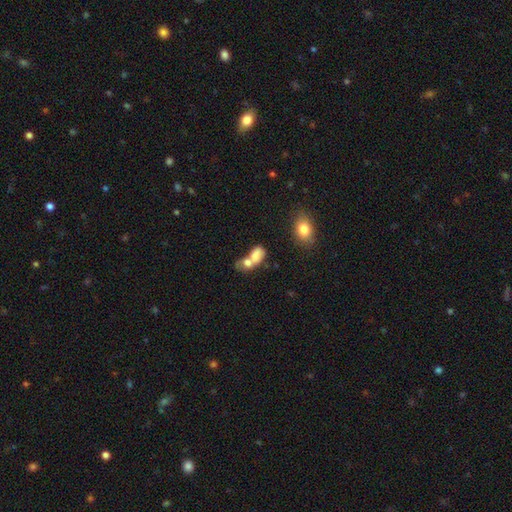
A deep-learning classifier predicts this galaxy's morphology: A smooth galaxy with no disk features (74%) that is in between round and cigar-shaped (78%).

Vote fractions:
- Smooth or featured? smooth: 74% / featured or disk: 16% / star or artifact: 9%
- How rounded? in between: 78% / round: 19% / cigar-shaped: 3%
- Merging? merger: 67% / none: 17% / minor disturbance: 8% / major disturbance: 8%